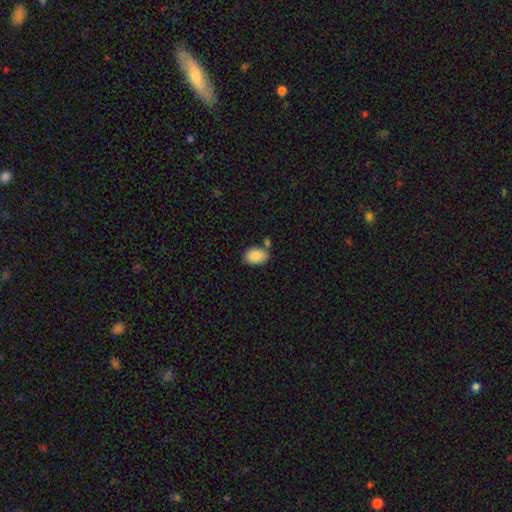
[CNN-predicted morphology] smooth_or_featured: smooth (p=0.89) [alt: star or artifact p=0.07]
how_rounded: in between (p=0.86) [alt: round p=0.13]
merging: none (p=0.64) [alt: minor disturbance p=0.16]